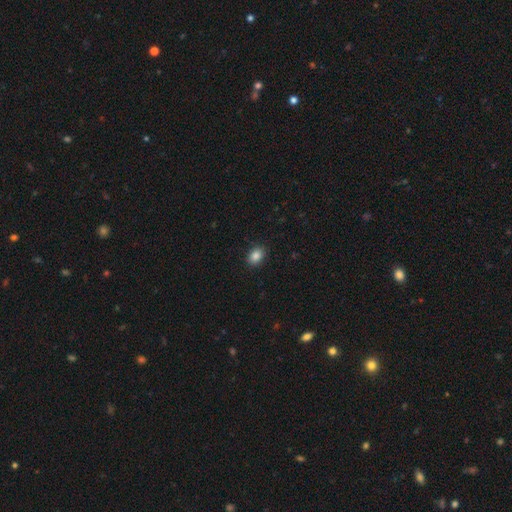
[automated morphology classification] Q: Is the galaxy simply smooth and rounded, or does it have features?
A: smooth — 86%.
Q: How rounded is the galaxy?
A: in between — 68%.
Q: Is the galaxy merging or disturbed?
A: none — 90%.